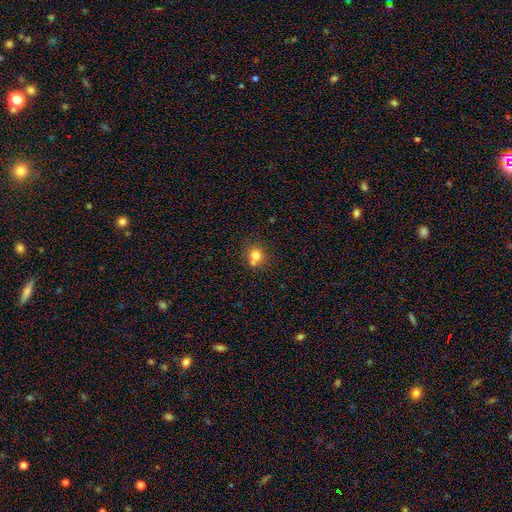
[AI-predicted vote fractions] smooth-or-featured: smooth: 77% | star or artifact: 13% | featured or disk: 10%
  how-rounded: round: 82% | in between: 17% | cigar-shaped: 1%
  merging: none: 58% | merger: 26% | minor disturbance: 13% | major disturbance: 4%